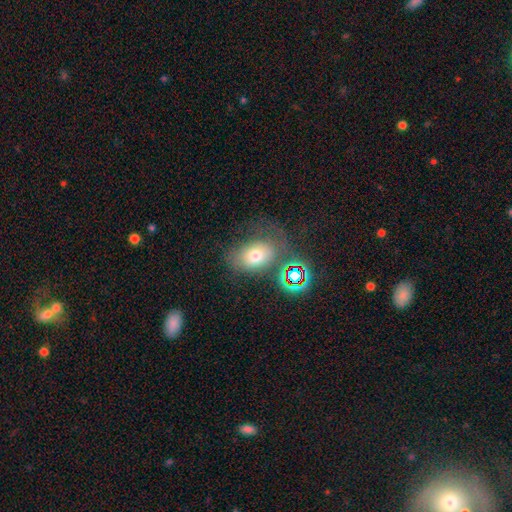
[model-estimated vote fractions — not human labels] This appears to be a smooth galaxy with no disk features (63%) that is in between round and cigar-shaped (74%). Merging: none (50%).